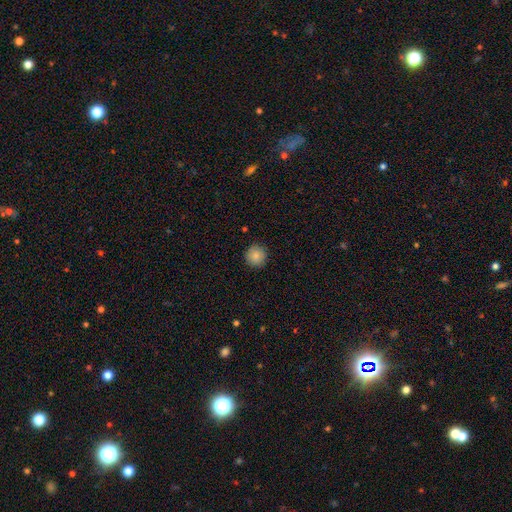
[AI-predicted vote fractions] Smooth or featured? smooth (86%)
How rounded? round (95%)
Merging? none (90%)